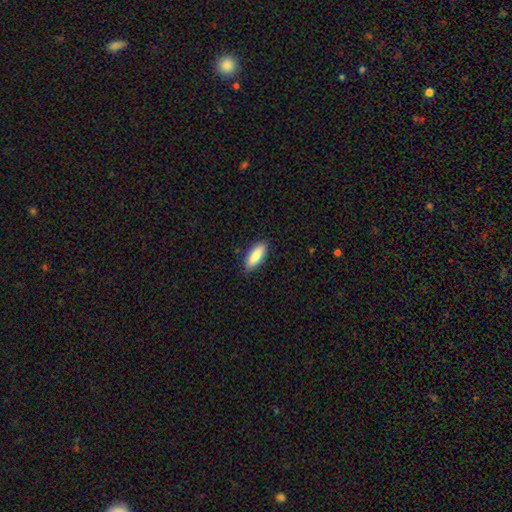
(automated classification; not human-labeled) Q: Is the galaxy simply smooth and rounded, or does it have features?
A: smooth — 87%.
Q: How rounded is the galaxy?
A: in between — 75%.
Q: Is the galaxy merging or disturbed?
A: none — 85%.